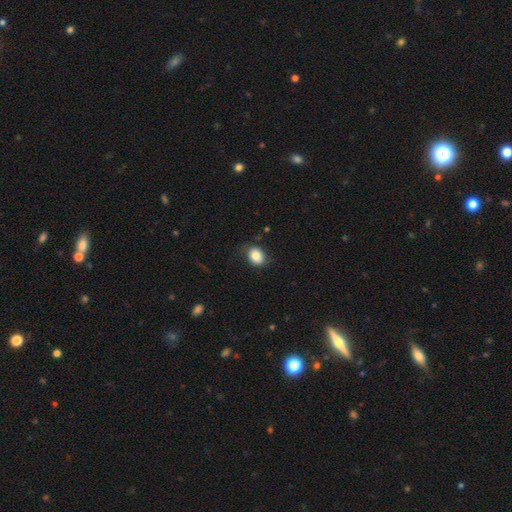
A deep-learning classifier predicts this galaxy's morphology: smooth 82%, featured or disk 9%, star or artifact 9%. Down the decision tree: how rounded — in between (57%); merging — none (75%).